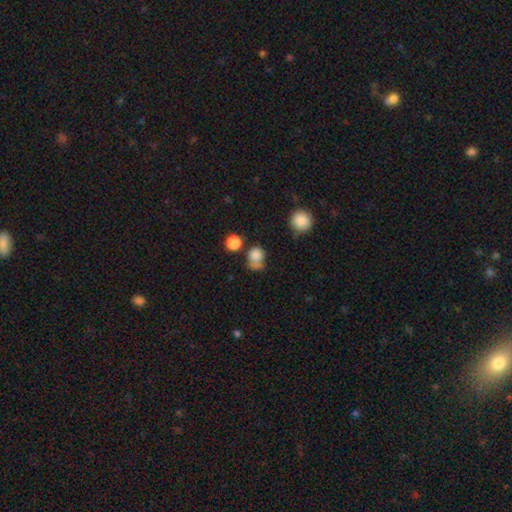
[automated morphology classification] This appears to be a smooth galaxy with no disk features (81%) that is round (74%). Merging: none (44%).